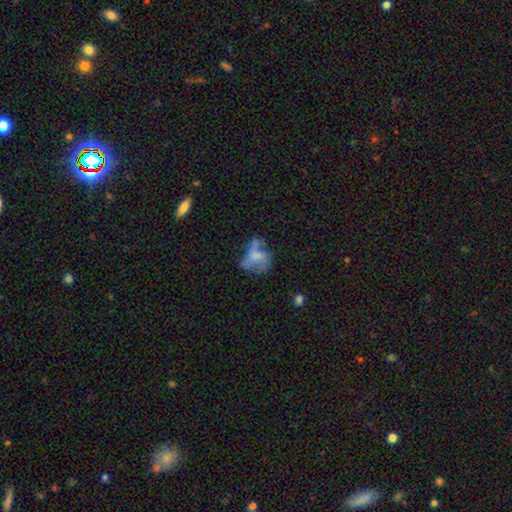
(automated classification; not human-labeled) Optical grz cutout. It shows a featured or disk galaxy (46%). Merging: major disturbance (37%).